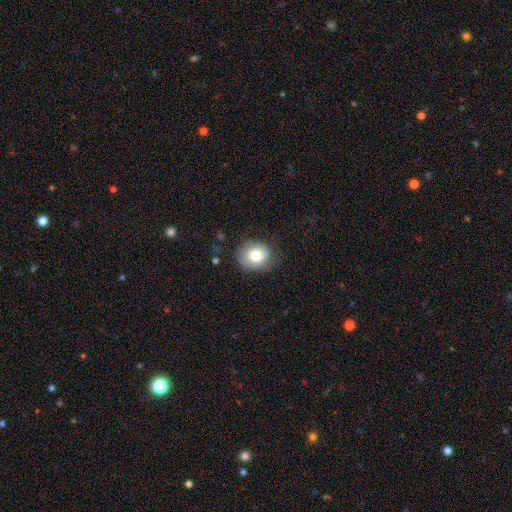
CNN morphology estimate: This appears to be a smooth galaxy with no disk features (76%) that is round (65%). Merging: none (74%).